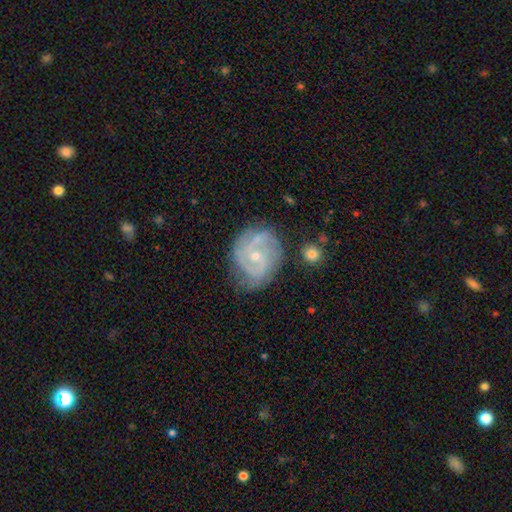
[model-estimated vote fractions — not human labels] A featured or disk galaxy (85%) with no bar (62%), 2 (36%) tight (54%) spiral arms (95%) and a small central bulge (63%). Merging: none (70%).